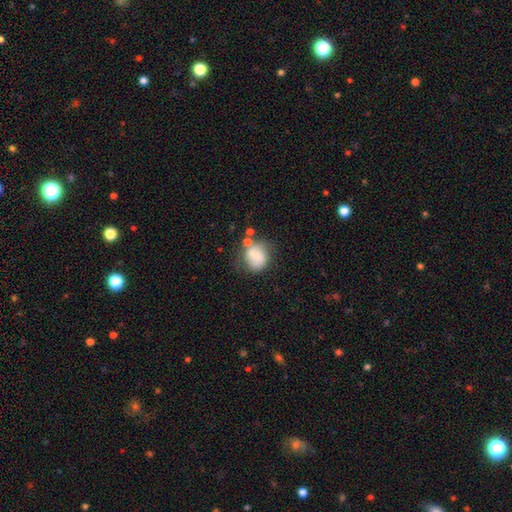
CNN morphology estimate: smooth 63%, featured or disk 28%, star or artifact 9%. Down the decision tree: how rounded — round (67%); merging — none (52%).